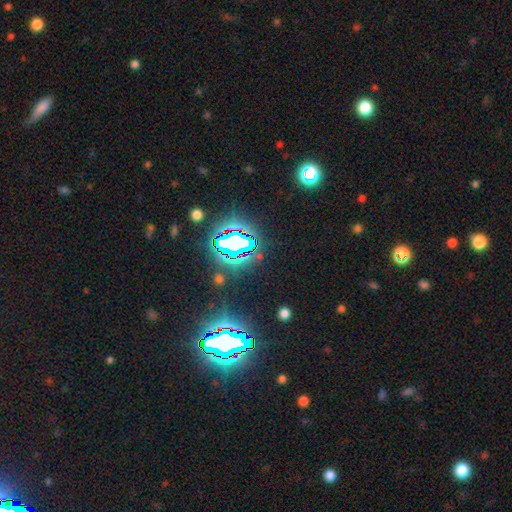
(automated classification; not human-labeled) Smooth or featured? Predicted: star or artifact (p=0.77).